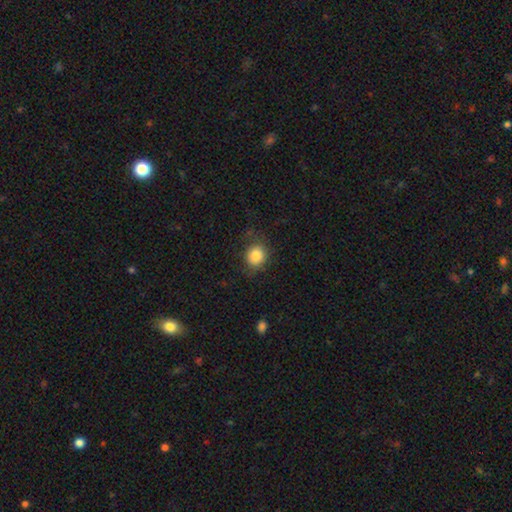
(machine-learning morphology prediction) smooth-or-featured: smooth: 85% | star or artifact: 9% | featured or disk: 6%
  how-rounded: round: 76% | in between: 23% | cigar-shaped: 1%
  merging: none: 75% | minor disturbance: 17% | major disturbance: 6% | merger: 1%